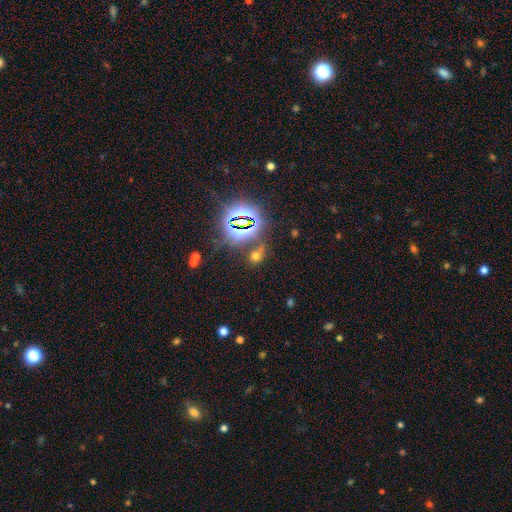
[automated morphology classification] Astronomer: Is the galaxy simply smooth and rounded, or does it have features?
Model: star or artifact — 49% (runner-up: smooth, 42%).